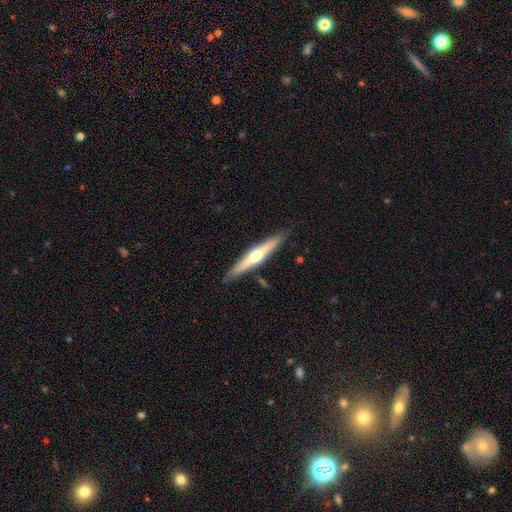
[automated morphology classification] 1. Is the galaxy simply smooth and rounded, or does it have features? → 64% featured or disk, 31% smooth, 5% star or artifact.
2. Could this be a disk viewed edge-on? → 96% yes, 4% no.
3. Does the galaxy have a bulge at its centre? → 89% rounded, 7% none, 4% boxy.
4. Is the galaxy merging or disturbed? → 88% none, 9% minor disturbance, 2% major disturbance, 2% merger.